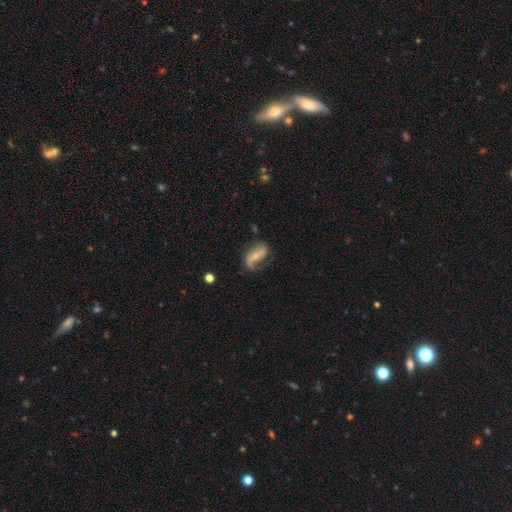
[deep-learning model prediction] Q: Smooth or featured?
A: featured or disk (73%); runner-up: smooth (21%)
Q: Edge-on disk?
A: no (95%); runner-up: yes (5%)
Q: Bar?
A: strong (40%); runner-up: weak (31%)
Q: Spiral arms?
A: yes (89%); runner-up: no (11%)
Q: Spiral winding?
A: loose (55%); runner-up: medium (31%)
Q: Spiral arm count?
A: 2 (67%); runner-up: 1 (25%)
Q: Bulge size?
A: small (61%); runner-up: moderate (31%)
Q: Merging?
A: none (52%); runner-up: minor disturbance (25%)